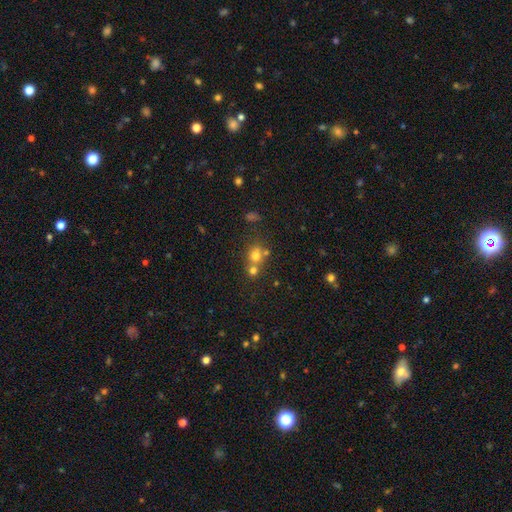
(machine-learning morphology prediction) Smooth or featured? Predicted: smooth (p=0.67). How rounded? Predicted: round (p=0.67). Merging? Predicted: none (p=0.47).